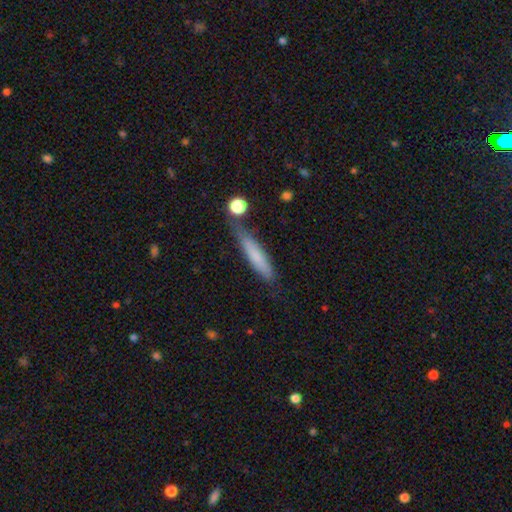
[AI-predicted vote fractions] Overall: smooth (71%). How rounded: cigar-shaped (89%). Merging: none (64%).